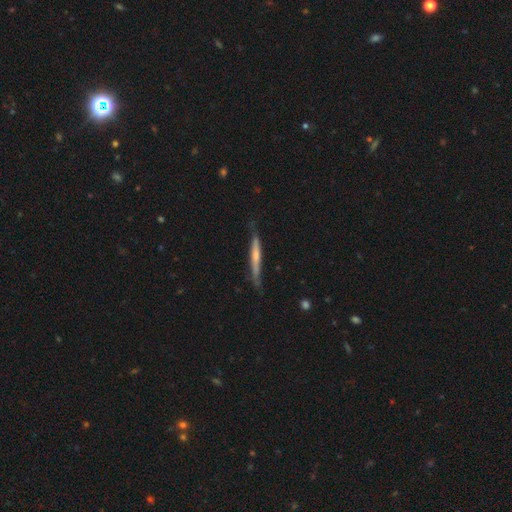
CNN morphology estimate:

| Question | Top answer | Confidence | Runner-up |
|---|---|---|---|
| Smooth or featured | featured or disk | 54% | smooth (41%) |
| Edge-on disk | yes | 94% | no (6%) |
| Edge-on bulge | none | 47% | rounded (43%) |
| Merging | none | 72% | minor disturbance (22%) |